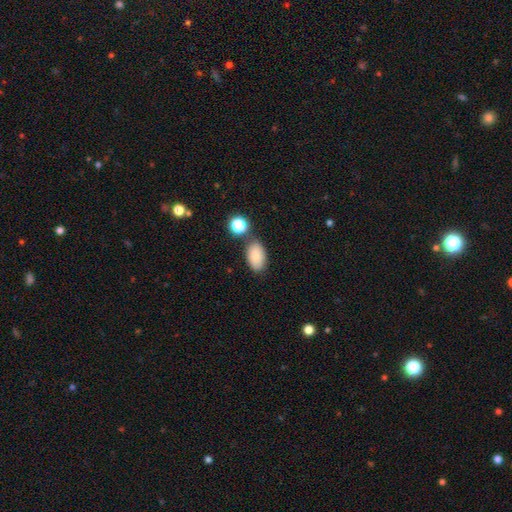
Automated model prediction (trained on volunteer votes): Q: Smooth or featured?
A: smooth (85%); runner-up: star or artifact (9%)
Q: How rounded?
A: in between (93%); runner-up: round (6%)
Q: Merging?
A: none (74%); runner-up: minor disturbance (14%)